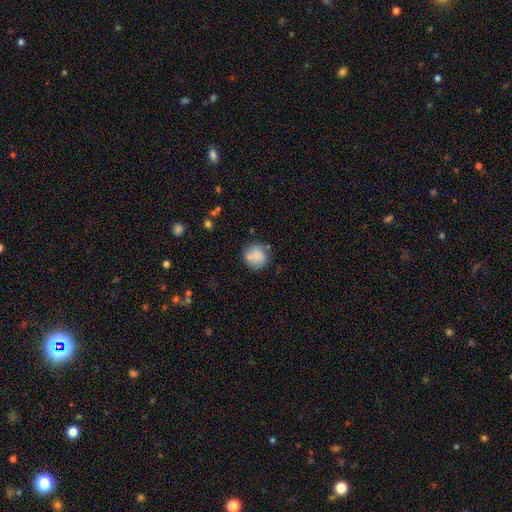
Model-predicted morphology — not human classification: smooth 78%, featured or disk 13%, star or artifact 8%. Down the decision tree: how rounded — round (88%); merging — none (66%).